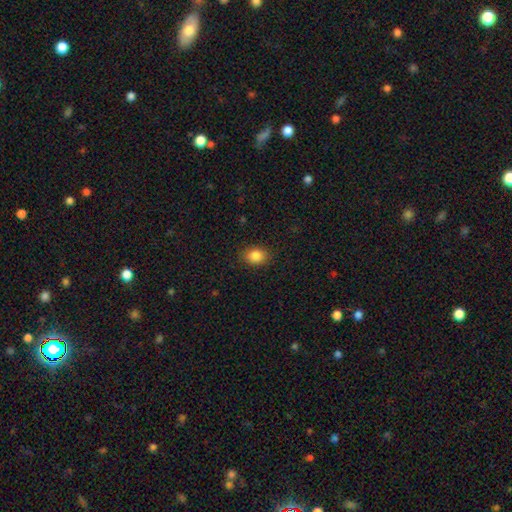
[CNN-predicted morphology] smooth-or-featured: smooth: 86% | star or artifact: 9% | featured or disk: 5%
  how-rounded: in between: 65% | round: 34% | cigar-shaped: 1%
  merging: none: 87% | minor disturbance: 9% | major disturbance: 3% | merger: 1%